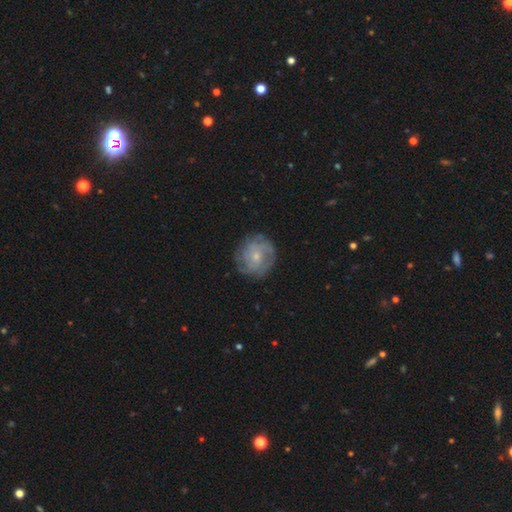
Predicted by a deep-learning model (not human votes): The model was most divided on "spiral winding": tight: 56%, medium: 32%, loose: 12%. Remaining: edge-on disk — no (97%); spiral arms — yes (82%); merging — none (76%); bar — no (75%); bulge size — small (68%); smooth or featured — featured or disk (66%); spiral arm count — can't tell (44%).